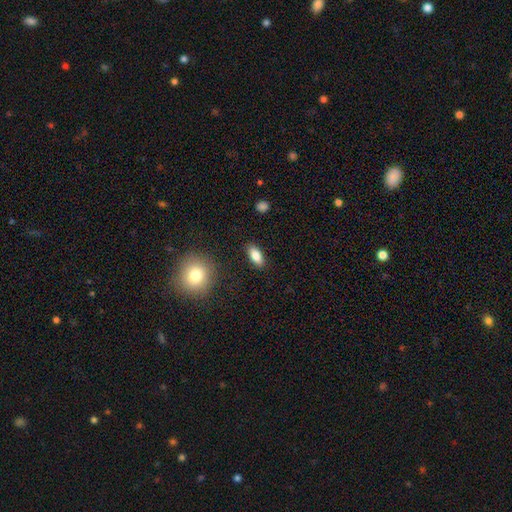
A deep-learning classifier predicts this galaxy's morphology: Smooth or featured?
  - smooth: 83% *
  - featured or disk: 9%
  - star or artifact: 7%
How rounded?
  - in between: 84% *
  - cigar-shaped: 13%
  - round: 3%
Merging?
  - none: 88% *
  - minor disturbance: 8%
  - major disturbance: 2%
  - merger: 1%